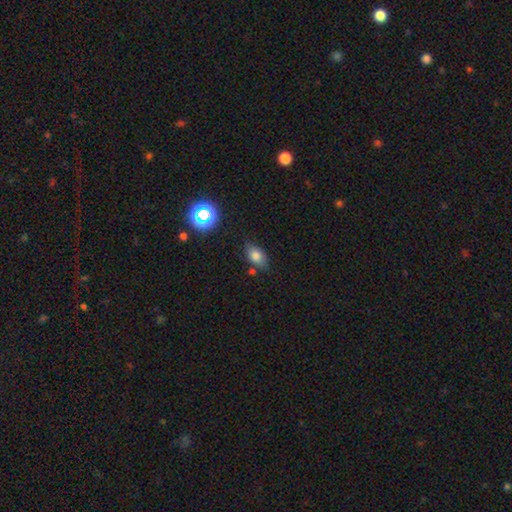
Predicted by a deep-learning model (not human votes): A smooth galaxy with no disk features (76%) that is in between round and cigar-shaped (83%). Merging: none (72%).